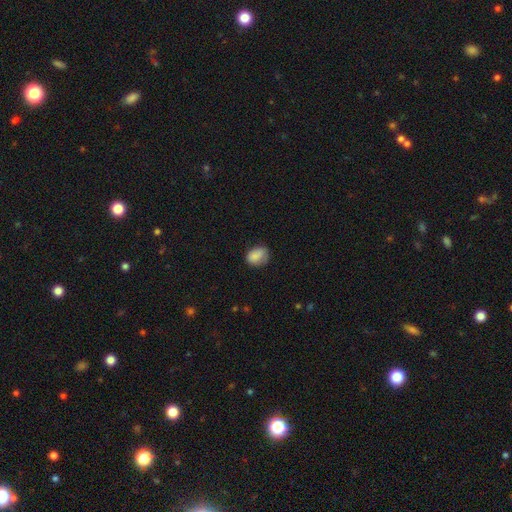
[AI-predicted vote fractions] Smooth or featured? Predicted: smooth (p=0.84). How rounded? Predicted: in between (p=0.64). Merging? Predicted: none (p=0.64).